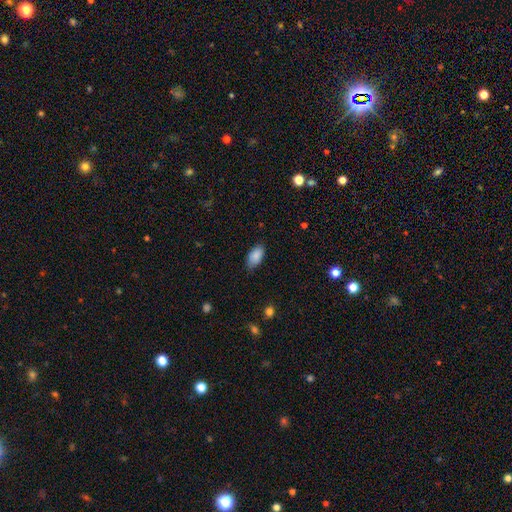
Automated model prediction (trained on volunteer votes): Smooth or featured?
  - smooth: 87% *
  - star or artifact: 7%
  - featured or disk: 6%
How rounded?
  - in between: 94% *
  - round: 3%
  - cigar-shaped: 3%
Merging?
  - none: 76% *
  - minor disturbance: 20%
  - major disturbance: 3%
  - merger: 1%